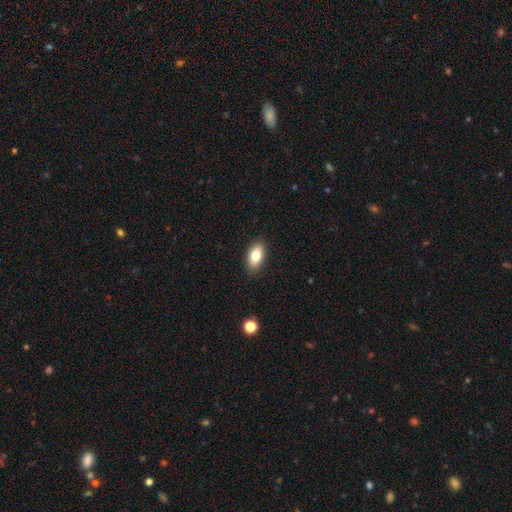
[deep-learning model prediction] smooth-or-featured: smooth: 80% | featured or disk: 13% | star or artifact: 8%
  how-rounded: in between: 90% | round: 5% | cigar-shaped: 4%
  merging: none: 89% | minor disturbance: 8% | major disturbance: 2% | merger: 1%